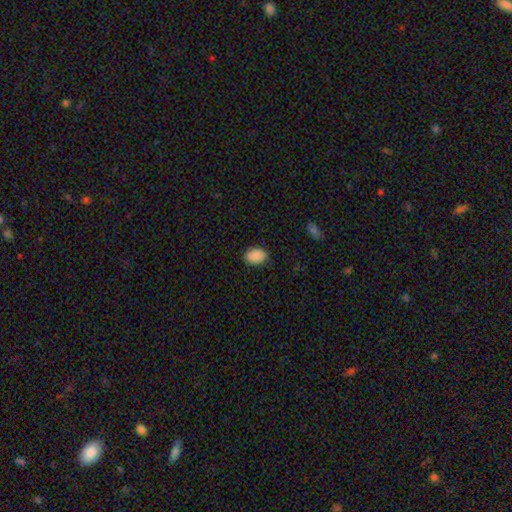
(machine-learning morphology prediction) A smooth galaxy with no disk features (89%) that is in between round and cigar-shaped (81%).

Vote fractions:
- Smooth or featured? smooth: 89% / star or artifact: 7% / featured or disk: 4%
- How rounded? in between: 81% / round: 18% / cigar-shaped: 1%
- Merging? none: 82% / minor disturbance: 15% / major disturbance: 3% / merger: 1%